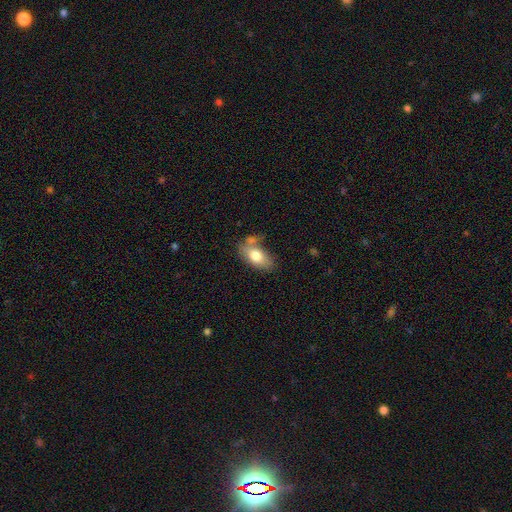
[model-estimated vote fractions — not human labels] smooth 75%, featured or disk 18%, star or artifact 7%. Down the decision tree: how rounded — in between (91%); merging — none (54%).